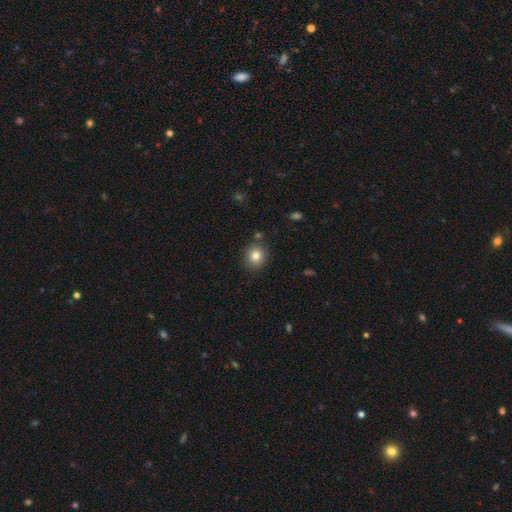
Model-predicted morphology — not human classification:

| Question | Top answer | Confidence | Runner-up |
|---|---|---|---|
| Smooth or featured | smooth | 82% | star or artifact (11%) |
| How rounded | round | 83% | in between (16%) |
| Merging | none | 84% | minor disturbance (9%) |